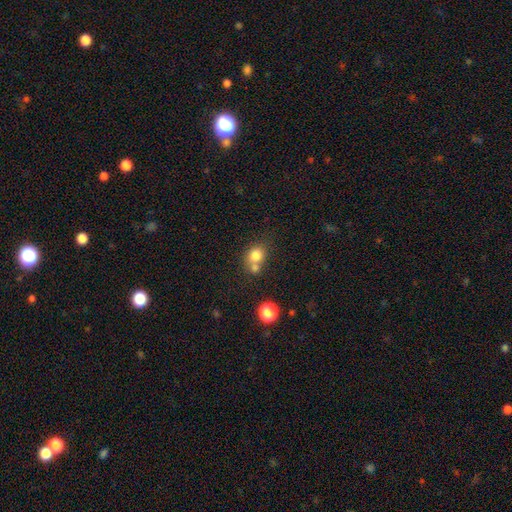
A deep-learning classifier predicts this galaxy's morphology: This appears to be a smooth galaxy with no disk features (78%) that is round (72%). Merging: none (44%).